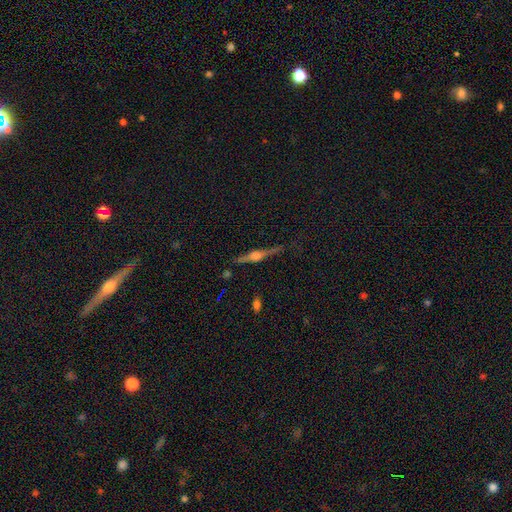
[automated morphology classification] Smooth or featured? featured or disk (77%)
Edge-on disk? yes (97%)
Edge-on bulge? rounded (83%)
Merging? none (83%)